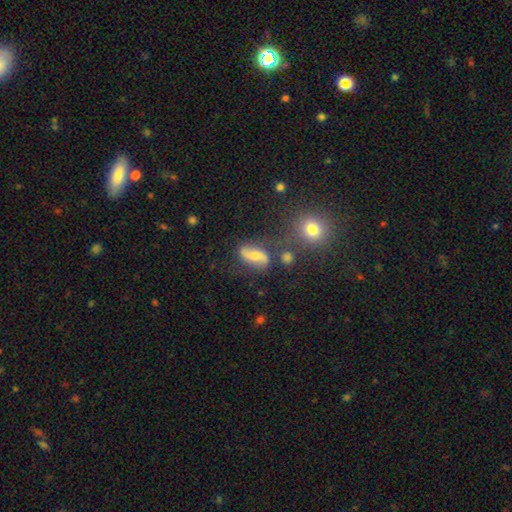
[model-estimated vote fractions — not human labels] This is possibly a featured or disk galaxy (55%). It is clearly not viewed edge-on (91%). Bar: marginally no (44%). Spiral arm pattern: clearly yes (83%). Central bulge: possibly moderate (54%). Merging: likely none (66%).